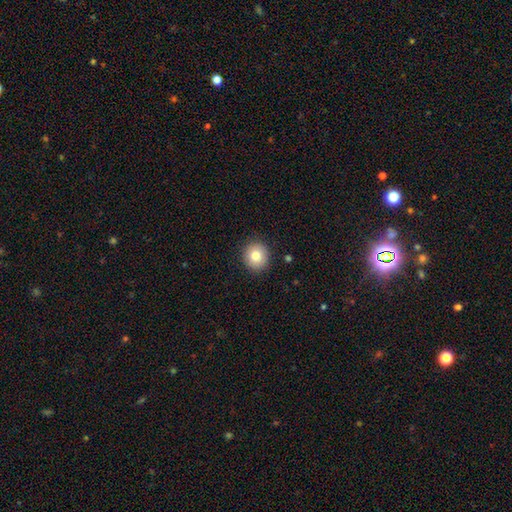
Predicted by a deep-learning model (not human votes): A smooth galaxy with no disk features (81%) that is round (89%). Merging: none (90%).